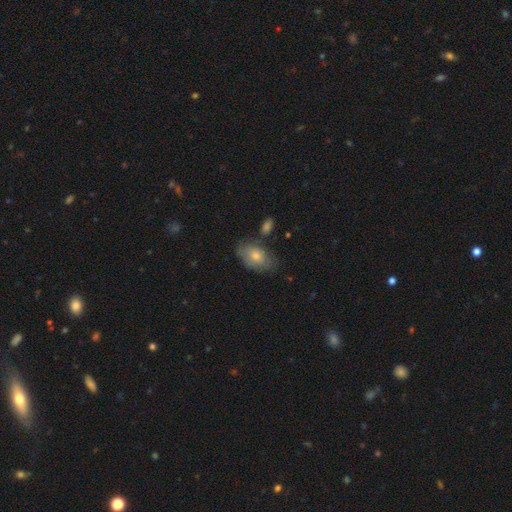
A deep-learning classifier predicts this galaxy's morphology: A smooth galaxy with no disk features (68%) that is in between round and cigar-shaped (89%).

Vote fractions:
- Smooth or featured? smooth: 68% / featured or disk: 23% / star or artifact: 9%
- How rounded? in between: 89% / round: 8% / cigar-shaped: 2%
- Merging? none: 71% / minor disturbance: 20% / merger: 5% / major disturbance: 5%